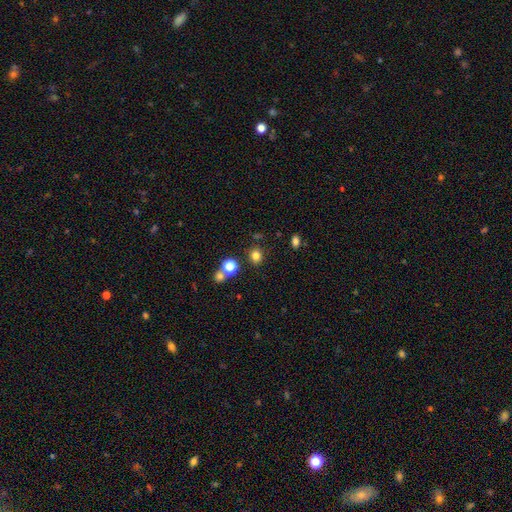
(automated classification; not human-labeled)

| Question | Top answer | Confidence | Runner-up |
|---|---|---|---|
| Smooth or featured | smooth | 79% | star or artifact (16%) |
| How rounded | round | 76% | in between (23%) |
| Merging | none | 81% | minor disturbance (9%) |